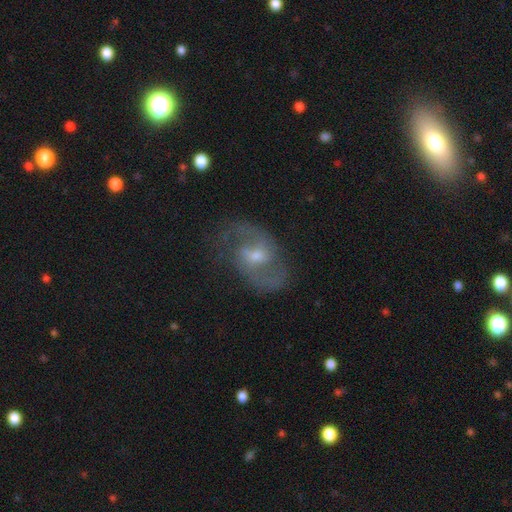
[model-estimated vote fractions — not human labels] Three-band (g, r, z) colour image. It shows a featured or disk galaxy (85%) with a weak bar (58%), 2 (91%) medium (55%) spiral arms (93%) and a moderate central bulge (49%). Merging: none (73%).